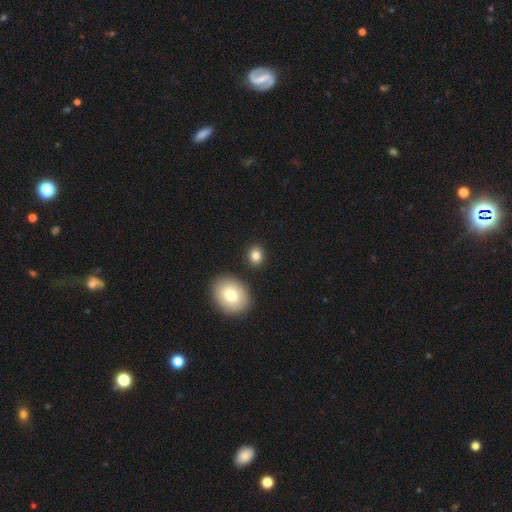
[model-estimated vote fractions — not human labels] Smooth or featured? smooth (82%)
How rounded? round (60%)
Merging? none (86%)